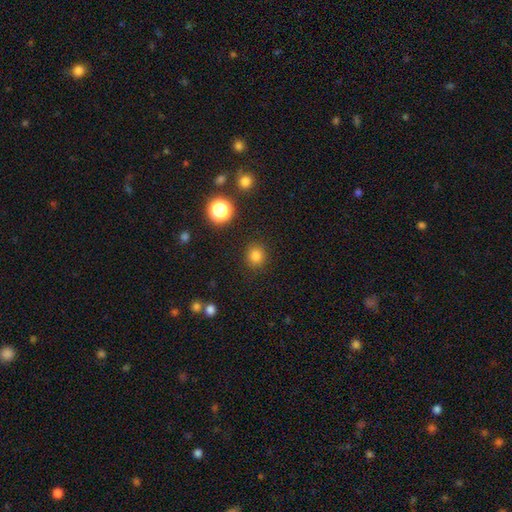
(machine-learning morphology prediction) Overall: smooth (80%). How rounded: round (92%). Merging: none (90%).